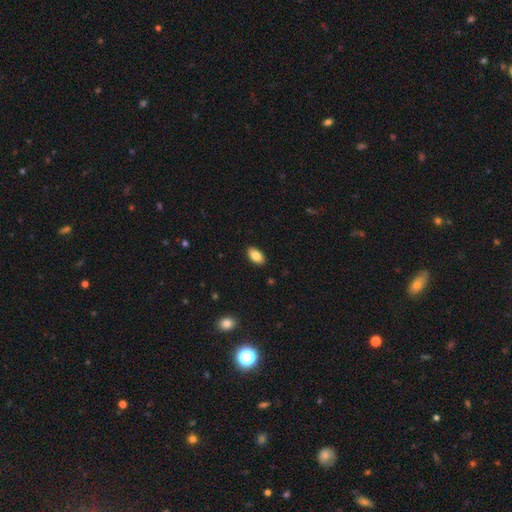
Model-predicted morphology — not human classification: The model was most divided on "smooth or featured": smooth: 84%, featured or disk: 9%, star or artifact: 7%. More confident: how rounded — in between (93%); merging — none (90%).